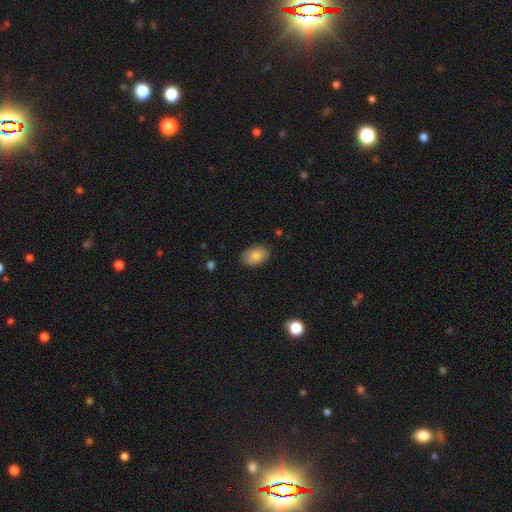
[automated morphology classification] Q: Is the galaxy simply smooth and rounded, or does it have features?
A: smooth — 84%.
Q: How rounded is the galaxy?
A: in between — 88%.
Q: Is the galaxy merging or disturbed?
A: none — 85%.